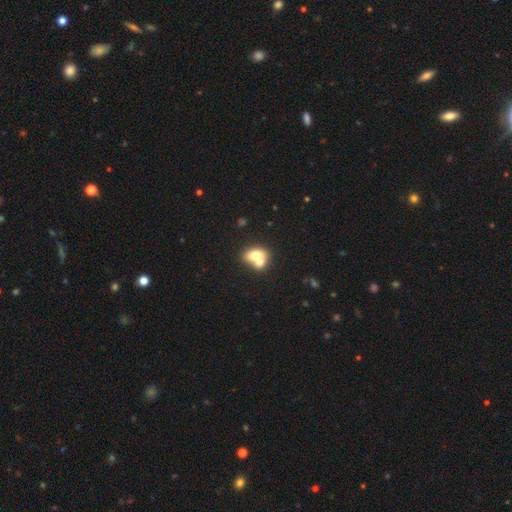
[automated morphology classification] Smooth or featured? smooth (68%)
How rounded? in between (61%)
Merging? merger (62%)